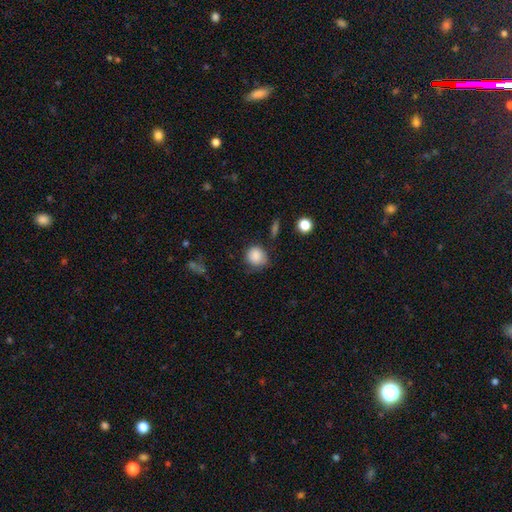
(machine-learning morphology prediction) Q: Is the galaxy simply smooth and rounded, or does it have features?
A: smooth — 87%.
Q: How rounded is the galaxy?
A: round — 85%.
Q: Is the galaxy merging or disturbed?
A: none — 70%.